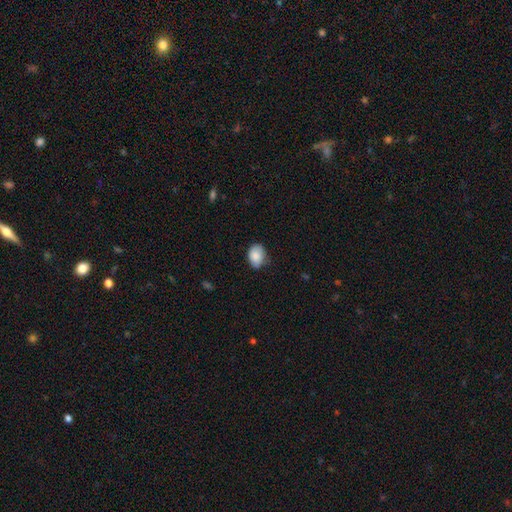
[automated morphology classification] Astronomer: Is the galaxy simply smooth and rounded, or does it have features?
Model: smooth — 86%.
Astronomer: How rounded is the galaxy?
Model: in between — 72%.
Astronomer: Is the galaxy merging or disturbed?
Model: none — 67%.